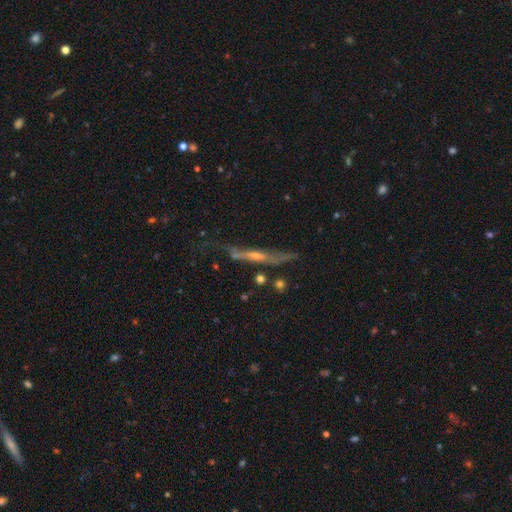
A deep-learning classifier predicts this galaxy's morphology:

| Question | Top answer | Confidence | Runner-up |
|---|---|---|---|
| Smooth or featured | featured or disk | 69% | smooth (22%) |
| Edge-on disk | yes | 79% | no (21%) |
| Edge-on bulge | rounded | 51% | none (40%) |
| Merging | none | 52% | minor disturbance (25%) |